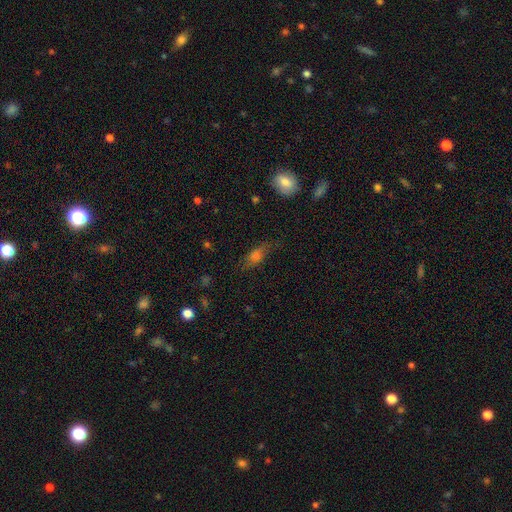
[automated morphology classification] Smooth or featured? smooth (58%)
How rounded? in between (62%)
Merging? none (64%)